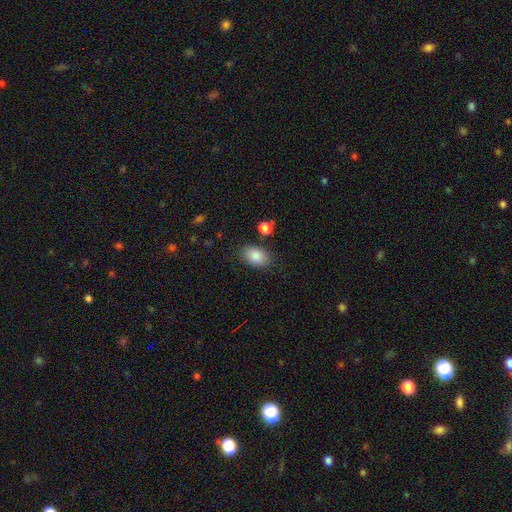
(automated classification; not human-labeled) Morphology: type=smooth (86%); roundness=in between (87%); merging=none (82%).